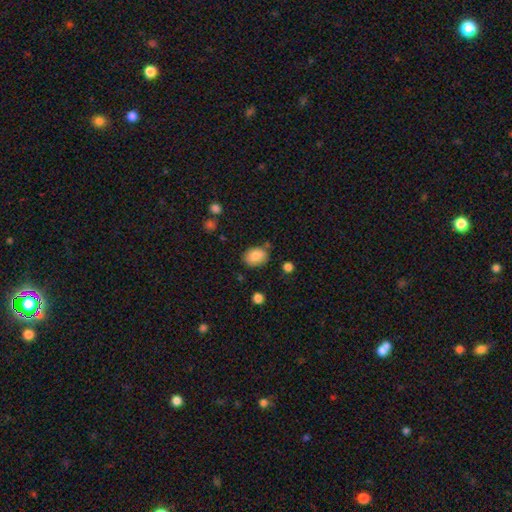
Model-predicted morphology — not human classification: Overall: smooth (85%). How rounded: in between (76%). Merging: none (73%).